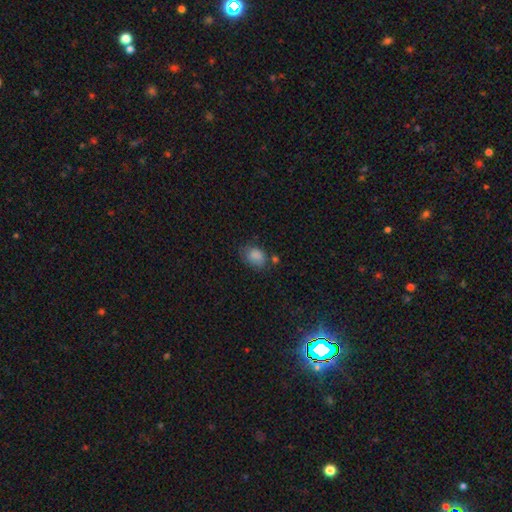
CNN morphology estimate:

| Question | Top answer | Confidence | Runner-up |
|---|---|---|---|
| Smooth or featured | smooth | 84% | star or artifact (9%) |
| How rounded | in between | 65% | round (34%) |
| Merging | none | 55% | minor disturbance (28%) |